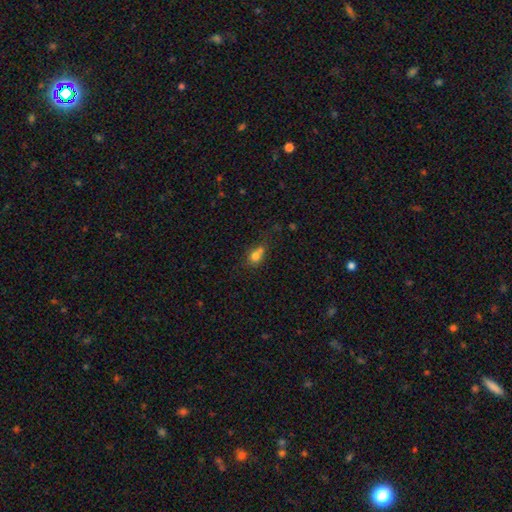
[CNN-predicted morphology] Smooth or featured? smooth (73%)
How rounded? round (66%)
Merging? merger (47%)